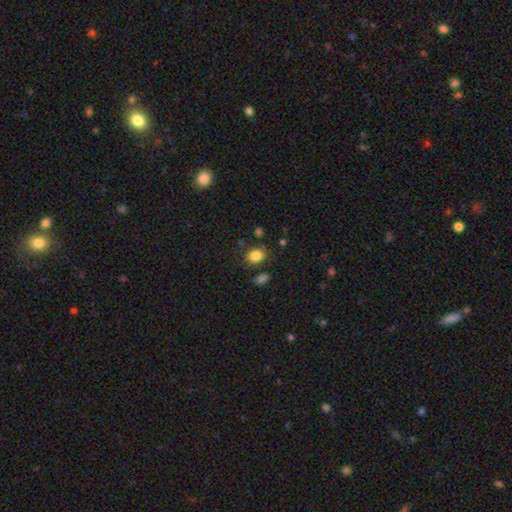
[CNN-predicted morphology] smooth_or_featured: smooth (p=0.84) [alt: star or artifact p=0.10]
how_rounded: in between (p=0.54) [alt: round p=0.45]
merging: none (p=0.75) [alt: minor disturbance p=0.15]